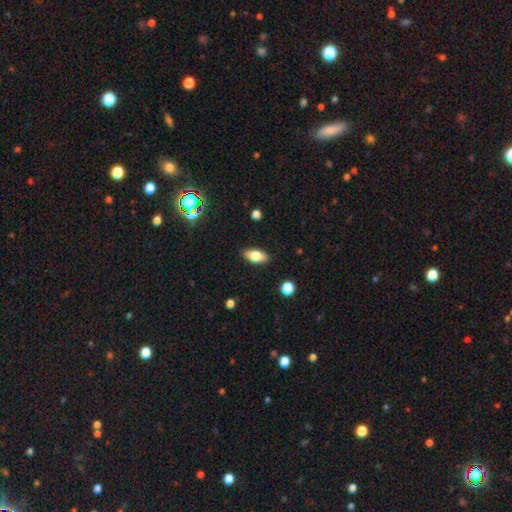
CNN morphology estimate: Overall: smooth (78%). How rounded: in between (88%). Merging: none (87%).